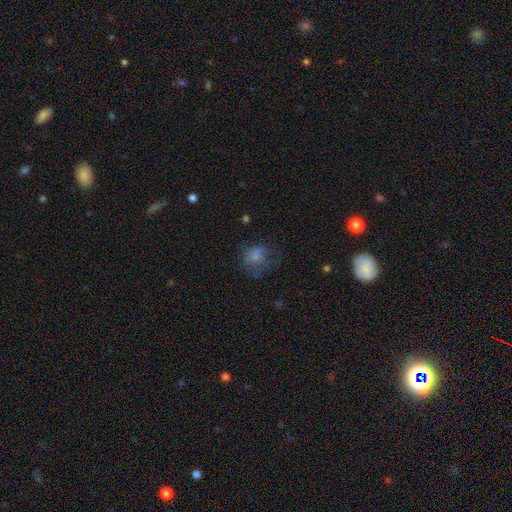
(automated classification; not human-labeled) Smooth or featured? Predicted: smooth (p=0.62). How rounded? Predicted: round (p=0.52). Merging? Predicted: none (p=0.39).